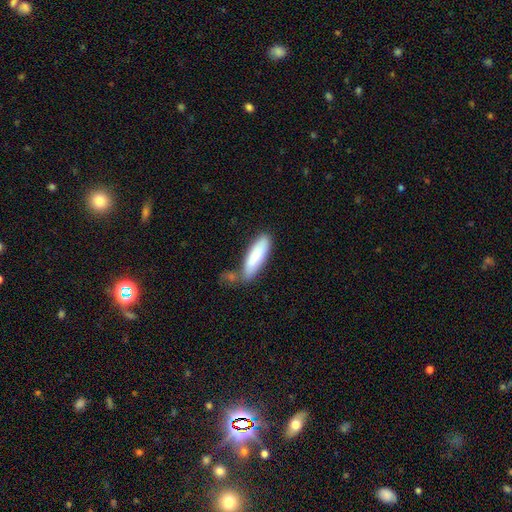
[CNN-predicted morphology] Smooth or featured: smooth — 84% (featured or disk — 11%)
How rounded: cigar-shaped — 62% (in between — 36%)
Merging: none — 54% (minor disturbance — 22%)